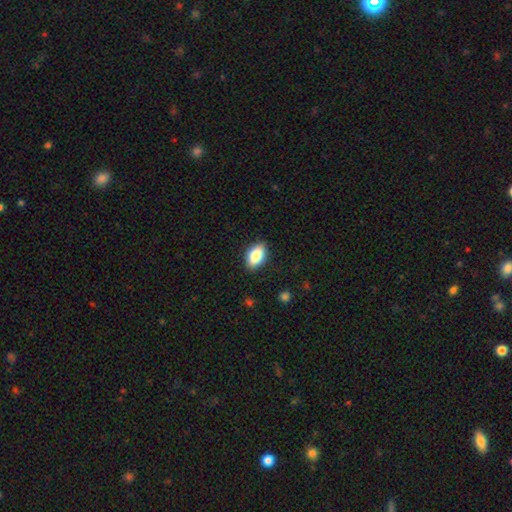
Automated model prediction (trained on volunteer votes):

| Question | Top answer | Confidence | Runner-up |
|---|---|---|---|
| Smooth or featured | smooth | 83% | featured or disk (10%) |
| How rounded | in between | 89% | round (8%) |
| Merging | none | 87% | minor disturbance (10%) |